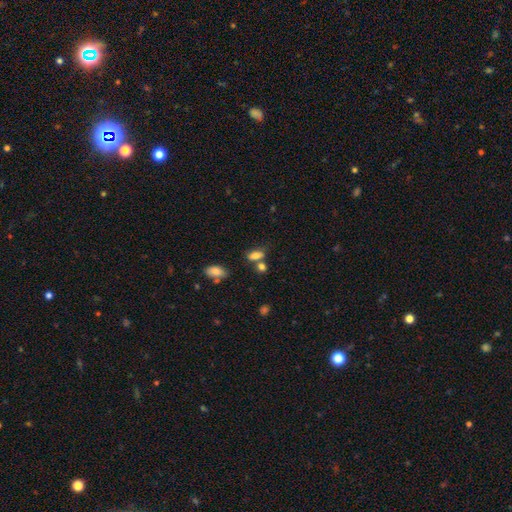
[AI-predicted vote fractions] Smooth or featured? smooth (78%)
How rounded? in between (80%)
Merging? none (52%)